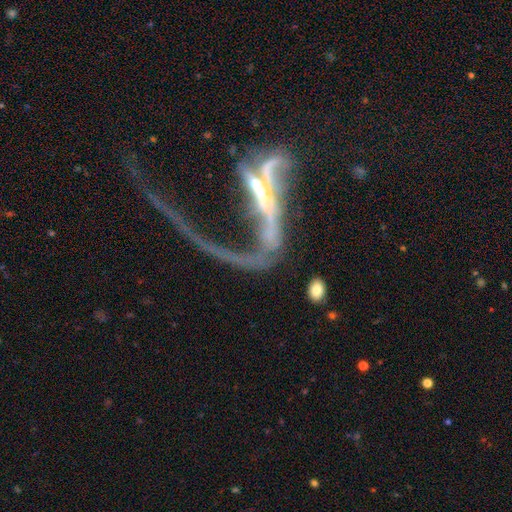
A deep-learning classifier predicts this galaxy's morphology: smooth_or_featured: featured or disk (p=0.72) [alt: smooth p=0.15]
disk_edge_on: no (p=0.81) [alt: yes p=0.19]
bar: no (p=0.41) [alt: strong p=0.35]
has_spiral_arms: yes (p=0.57) [alt: no p=0.43]
bulge_size: small (p=0.43) [alt: none p=0.28]
merging: major disturbance (p=0.49) [alt: merger p=0.28]